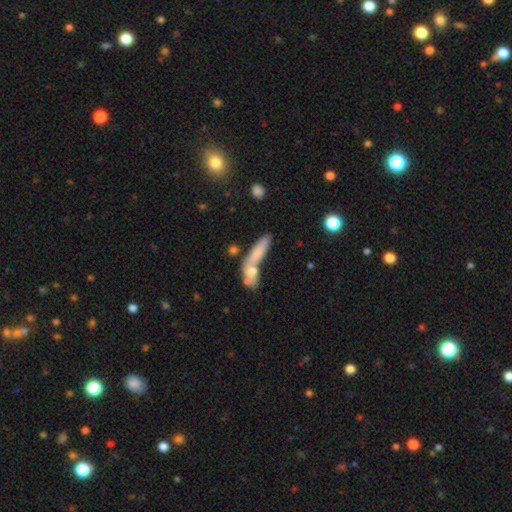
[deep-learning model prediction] Morphology: type=smooth (62%); roundness=cigar-shaped (72%); merging=none (43%).